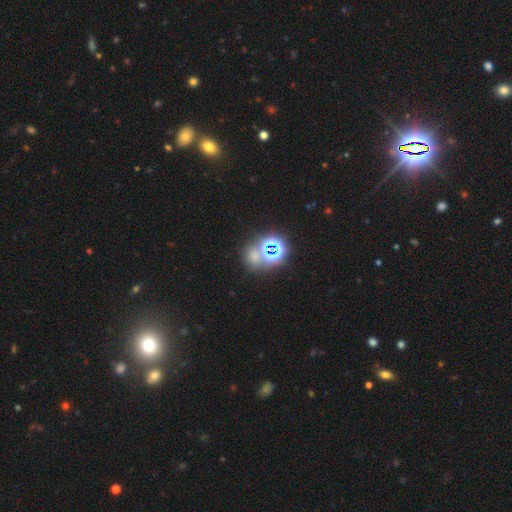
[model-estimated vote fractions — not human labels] Smooth or featured? star or artifact (53%)